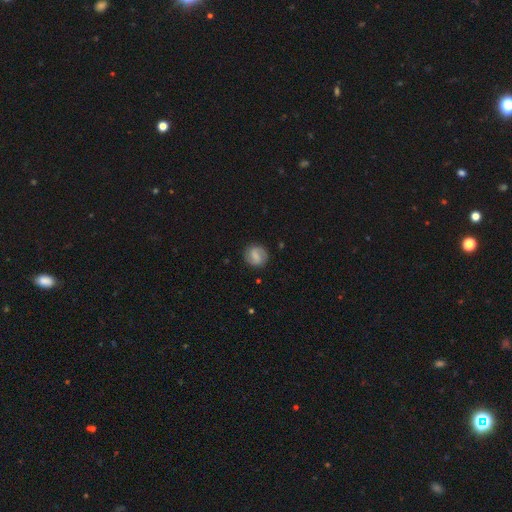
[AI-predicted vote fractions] This appears to be a smooth galaxy with no disk features (58%) that is round (78%). Merging: none (82%).